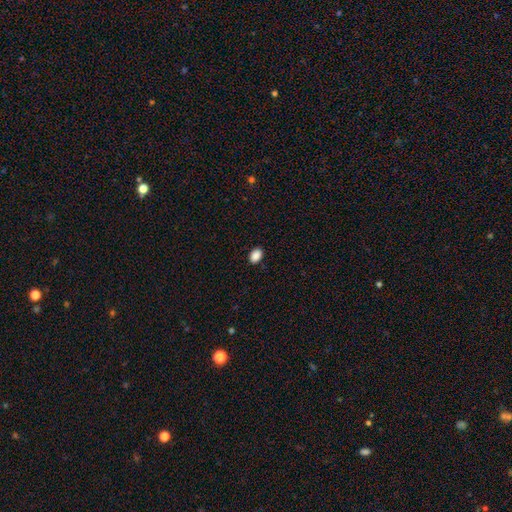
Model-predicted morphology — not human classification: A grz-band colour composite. It shows a smooth galaxy with no disk features (89%) that is in between round and cigar-shaped (81%). Merging: none (89%).